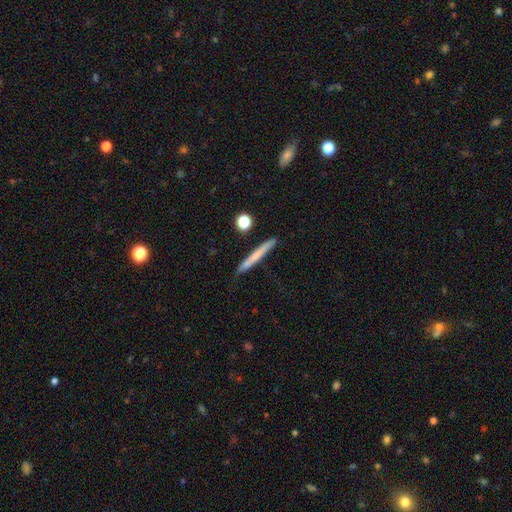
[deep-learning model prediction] A smooth galaxy with no disk features (58%) that is cigar-shaped (95%).

Vote fractions:
- Smooth or featured? smooth: 58% / featured or disk: 35% / star or artifact: 7%
- How rounded? cigar-shaped: 95% / in between: 3% / round: 2%
- Merging? none: 86% / minor disturbance: 10% / merger: 3% / major disturbance: 2%